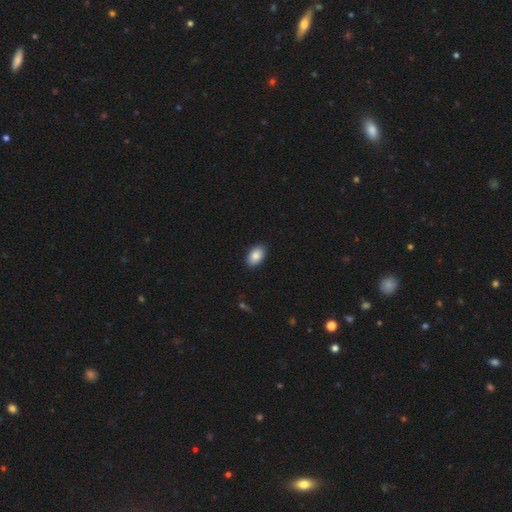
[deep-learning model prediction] Smooth or featured: smooth — 88% (star or artifact — 7%)
How rounded: in between — 92% (round — 7%)
Merging: none — 90% (minor disturbance — 7%)